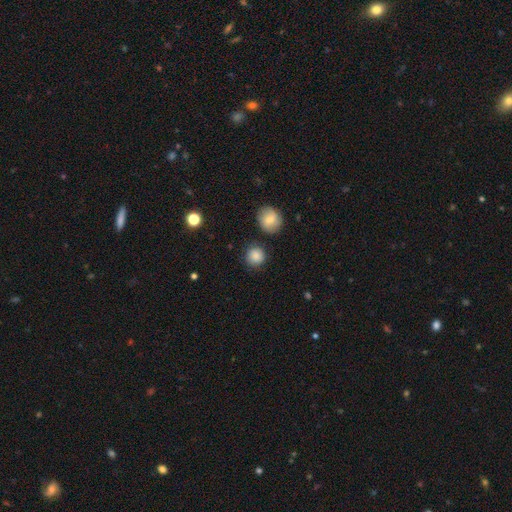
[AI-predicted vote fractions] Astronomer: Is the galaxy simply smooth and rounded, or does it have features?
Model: smooth — 85%.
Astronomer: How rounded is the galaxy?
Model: round — 92%.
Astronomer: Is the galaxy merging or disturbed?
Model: none — 83%.